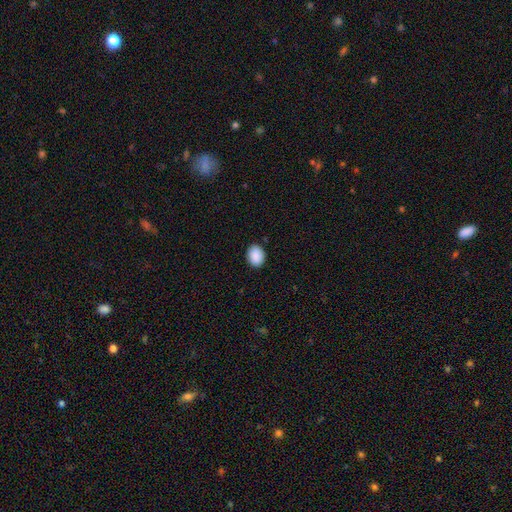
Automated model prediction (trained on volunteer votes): smooth-or-featured: smooth: 90% | star or artifact: 7% | featured or disk: 3%
  how-rounded: in between: 66% | round: 33% | cigar-shaped: 1%
  merging: none: 88% | minor disturbance: 9% | major disturbance: 2% | merger: 1%